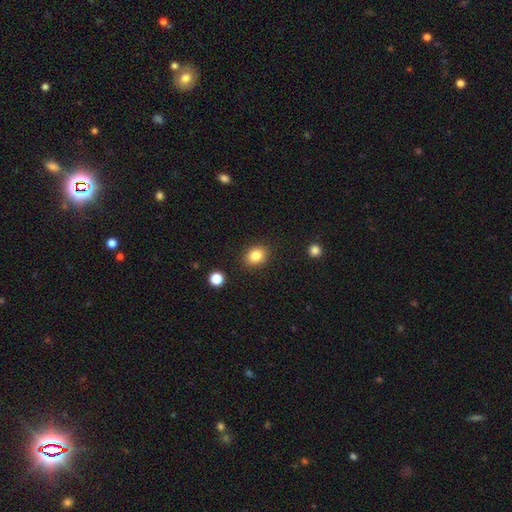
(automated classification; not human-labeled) Smooth or featured? Predicted: smooth (p=0.84). How rounded? Predicted: in between (p=0.51). Merging? Predicted: none (p=0.87).